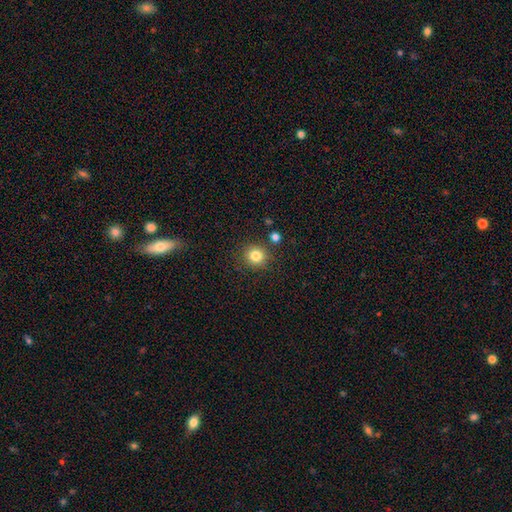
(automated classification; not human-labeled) This appears to be a smooth galaxy with no disk features (83%) that is round (92%). Merging: none (85%).